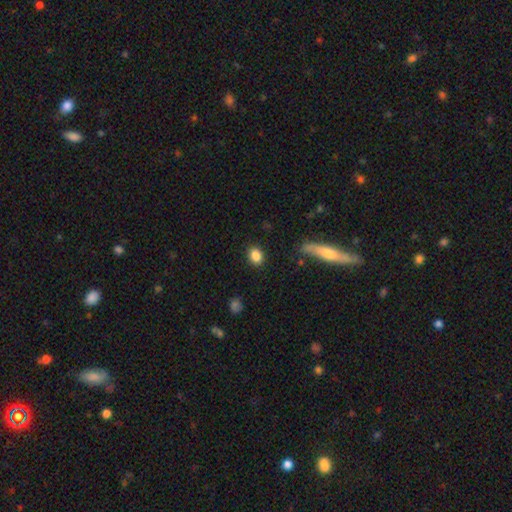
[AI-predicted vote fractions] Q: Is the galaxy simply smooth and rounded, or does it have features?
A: smooth — 86%.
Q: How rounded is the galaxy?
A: in between — 58%.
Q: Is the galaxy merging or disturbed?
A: none — 87%.